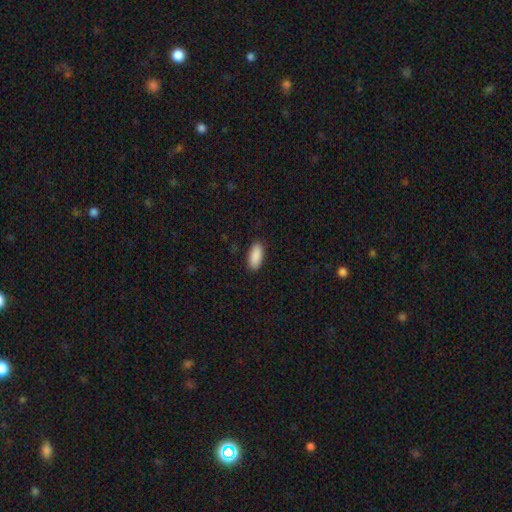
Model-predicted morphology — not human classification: Overall: smooth (91%). How rounded: in between (88%). Merging: none (89%).